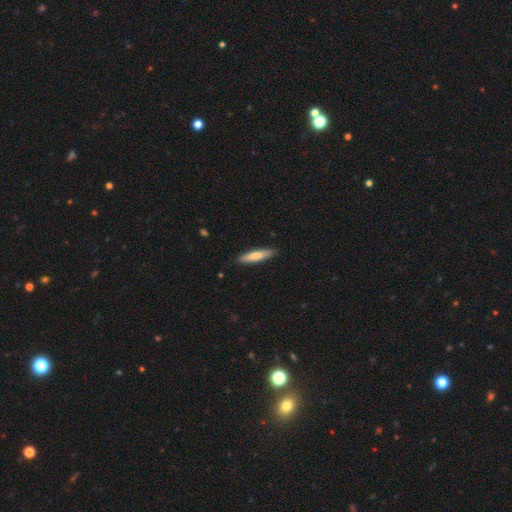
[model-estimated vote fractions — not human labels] Smooth or featured? Predicted: smooth (p=0.68). How rounded? Predicted: cigar-shaped (p=0.80). Merging? Predicted: none (p=0.88).